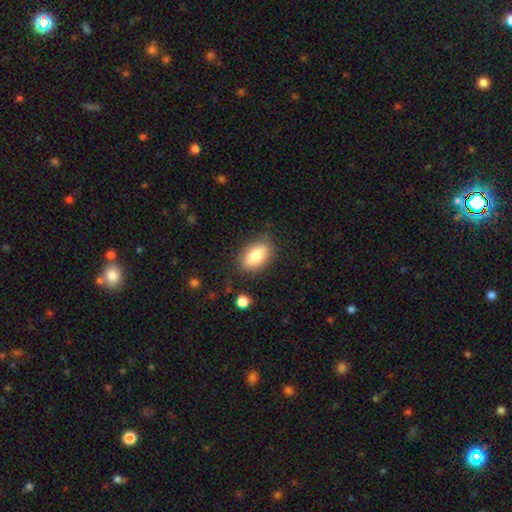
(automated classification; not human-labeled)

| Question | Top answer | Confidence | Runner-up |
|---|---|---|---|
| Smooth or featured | smooth | 79% | featured or disk (14%) |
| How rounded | in between | 86% | cigar-shaped (7%) |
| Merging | none | 80% | minor disturbance (14%) |